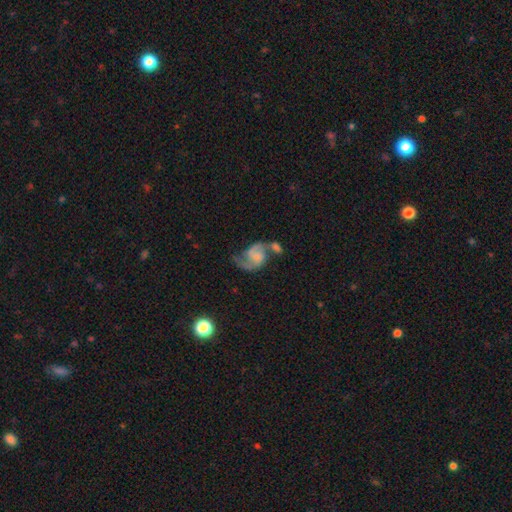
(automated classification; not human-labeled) Smooth or featured?
  - featured or disk: 79% *
  - smooth: 14%
  - star or artifact: 7%
Edge-on disk?
  - no: 98% *
  - yes: 2%
Bar?
  - no: 59% *
  - weak: 33%
  - strong: 7%
Spiral arms?
  - yes: 93% *
  - no: 7%
Spiral winding?
  - loose: 52% *
  - medium: 39%
  - tight: 9%
Spiral arm count?
  - 2: 88% *
  - 1: 6%
  - can't tell: 3%
  - 3: 1%
  - 4: 1%
  - more than 4: 1%
Bulge size?
  - none: 45% *
  - small: 31%
  - moderate: 16%
  - large: 5%
  - dominant: 2%
Merging?
  - merger: 34% *
  - none: 33%
  - minor disturbance: 17%
  - major disturbance: 16%